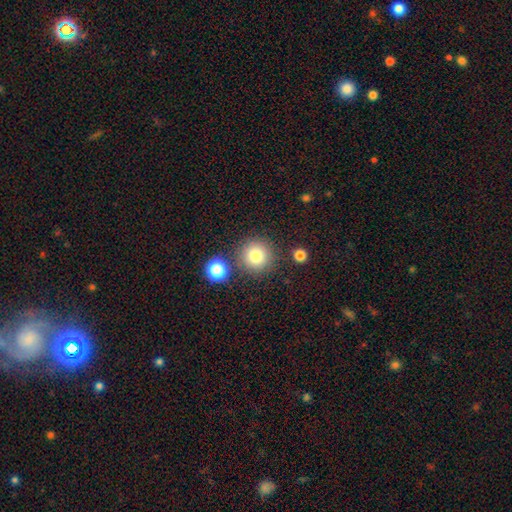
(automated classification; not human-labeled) smooth_or_featured: smooth (p=0.80) [alt: star or artifact p=0.11]
how_rounded: round (p=0.95) [alt: in between p=0.04]
merging: none (p=0.80) [alt: merger p=0.09]